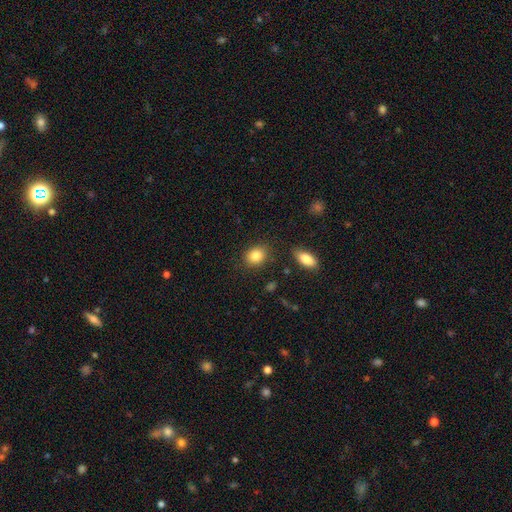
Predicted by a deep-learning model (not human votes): Smooth or featured? smooth (85%)
How rounded? in between (54%)
Merging? none (83%)